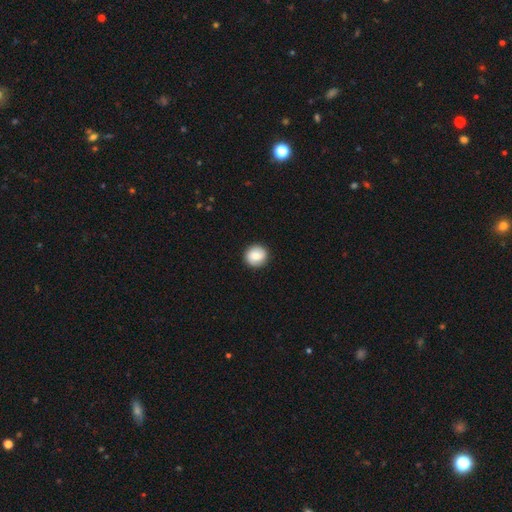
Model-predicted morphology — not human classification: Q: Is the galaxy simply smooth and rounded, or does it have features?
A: smooth — 78%.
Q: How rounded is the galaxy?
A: round — 90%.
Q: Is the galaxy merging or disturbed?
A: none — 90%.